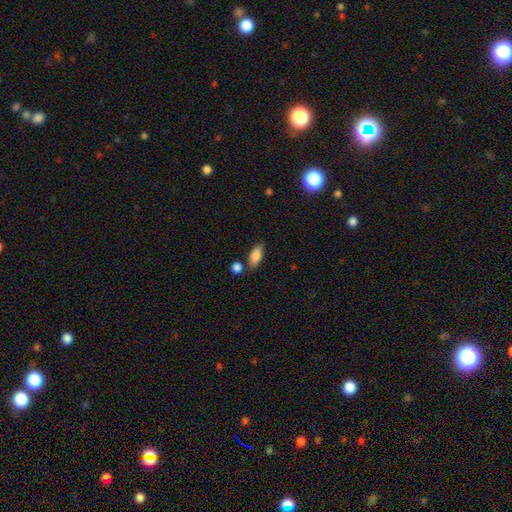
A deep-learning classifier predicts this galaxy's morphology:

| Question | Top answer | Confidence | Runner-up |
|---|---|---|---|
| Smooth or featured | smooth | 86% | star or artifact (7%) |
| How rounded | in between | 86% | cigar-shaped (11%) |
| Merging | none | 72% | minor disturbance (13%) |